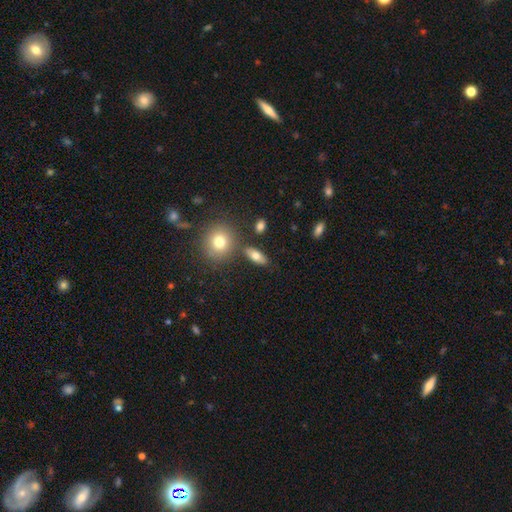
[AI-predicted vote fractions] Q: Smooth or featured?
A: smooth (71%); runner-up: featured or disk (20%)
Q: How rounded?
A: in between (74%); runner-up: cigar-shaped (16%)
Q: Merging?
A: none (81%); runner-up: minor disturbance (10%)